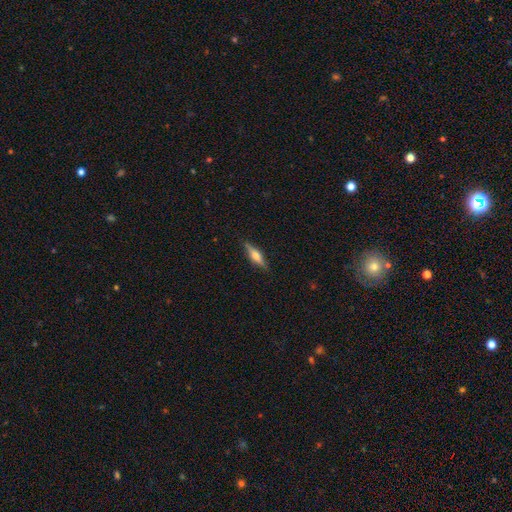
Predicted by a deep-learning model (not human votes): Smooth or featured? featured or disk (64%)
Edge-on disk? yes (96%)
Edge-on bulge? rounded (90%)
Merging? none (88%)